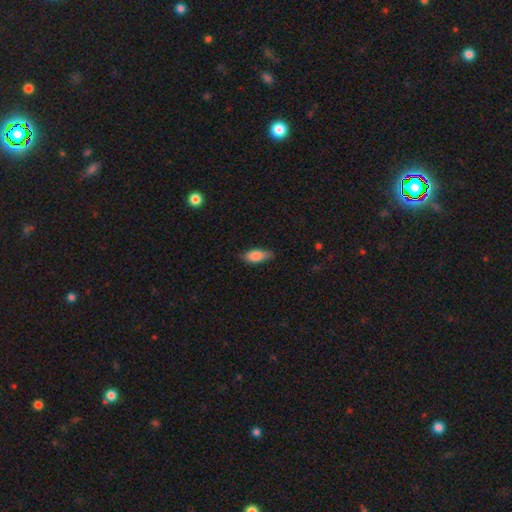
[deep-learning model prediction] smooth 84%, featured or disk 10%, star or artifact 6%. Down the decision tree: how rounded — in between (81%); merging — none (79%).